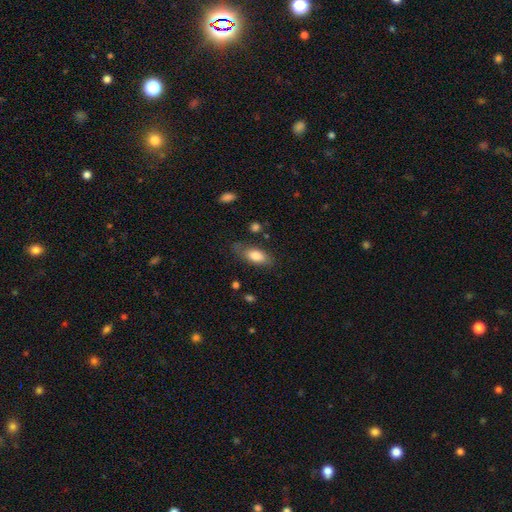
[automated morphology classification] Smooth or featured? smooth (79%)
How rounded? in between (84%)
Merging? none (67%)